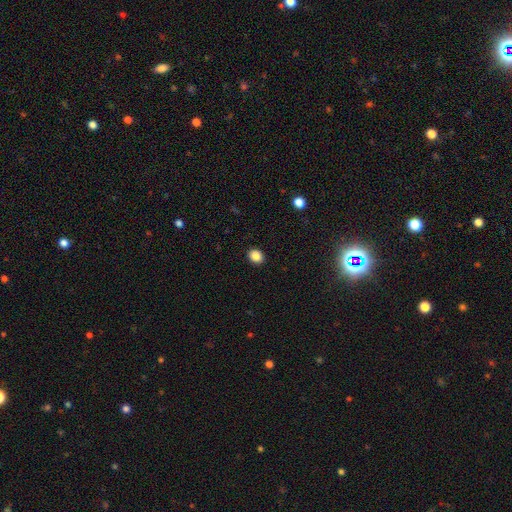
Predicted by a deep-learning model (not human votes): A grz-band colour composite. It shows a smooth galaxy with no disk features (87%) that is round (62%). Merging: none (91%).